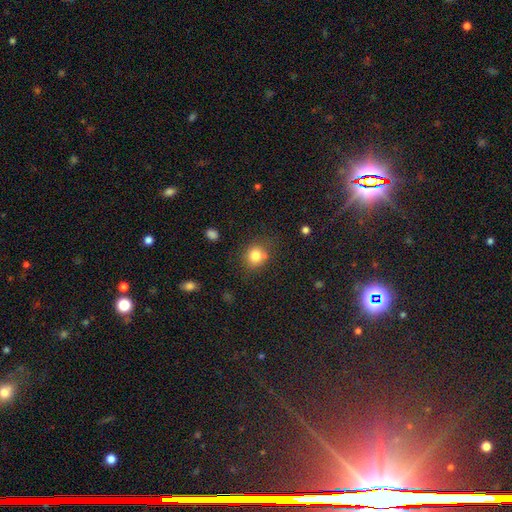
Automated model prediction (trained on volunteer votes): smooth-or-featured: smooth: 81% | star or artifact: 12% | featured or disk: 8%
  how-rounded: round: 77% | in between: 22% | cigar-shaped: 1%
  merging: none: 73% | minor disturbance: 15% | merger: 7% | major disturbance: 5%